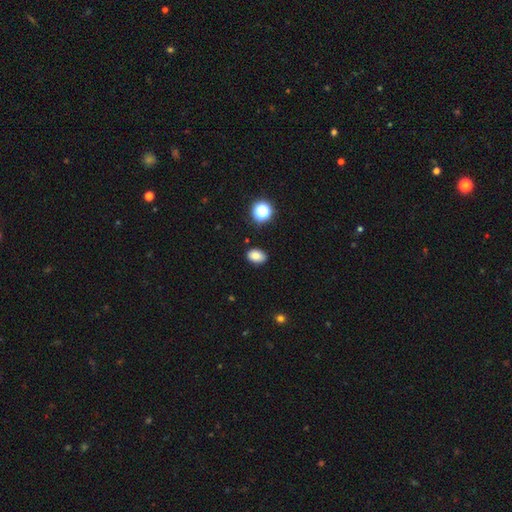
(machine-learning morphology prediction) smooth-or-featured: smooth: 83% | star or artifact: 12% | featured or disk: 5%
  how-rounded: in between: 78% | round: 21% | cigar-shaped: 1%
  merging: none: 84% | minor disturbance: 12% | major disturbance: 2% | merger: 2%